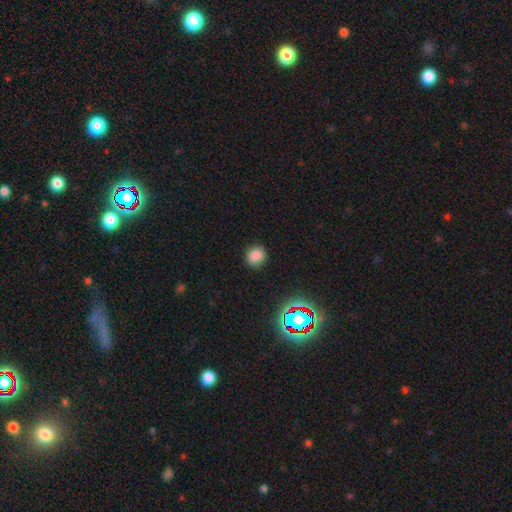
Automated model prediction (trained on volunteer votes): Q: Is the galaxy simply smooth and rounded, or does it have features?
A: smooth — 81%.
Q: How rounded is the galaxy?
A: round — 77%.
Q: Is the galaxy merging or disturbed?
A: none — 86%.